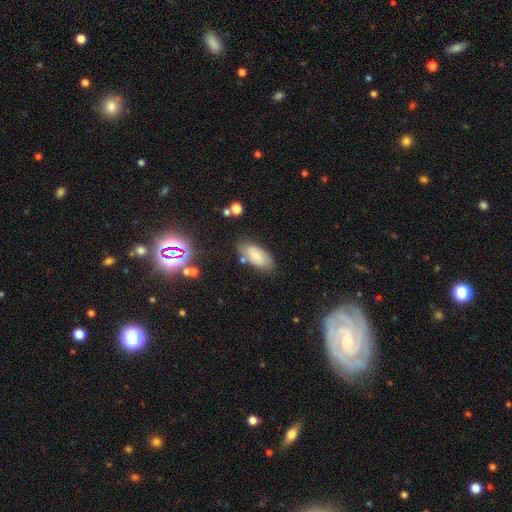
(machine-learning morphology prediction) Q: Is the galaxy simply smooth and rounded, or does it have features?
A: smooth — 70%.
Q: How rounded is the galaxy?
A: in between — 90%.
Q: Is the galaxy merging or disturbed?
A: none — 72%.